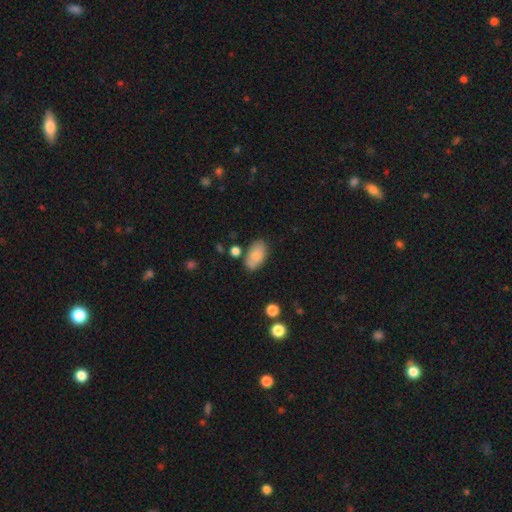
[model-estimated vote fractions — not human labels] A smooth galaxy with no disk features (84%) that is in between round and cigar-shaped (94%). Merging: none (77%).